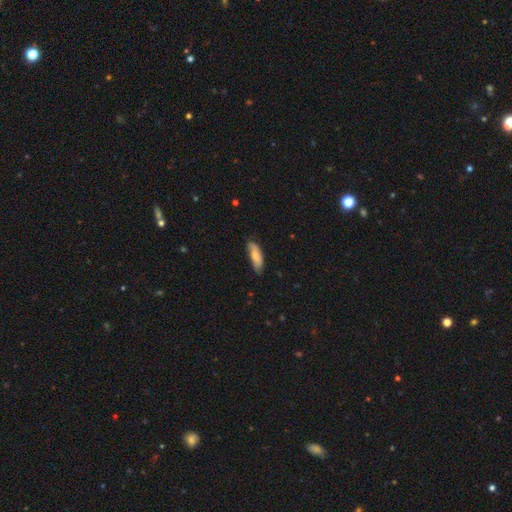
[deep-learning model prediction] Smooth or featured? Predicted: smooth (p=0.78). How rounded? Predicted: in between (p=0.55). Merging? Predicted: none (p=0.66).